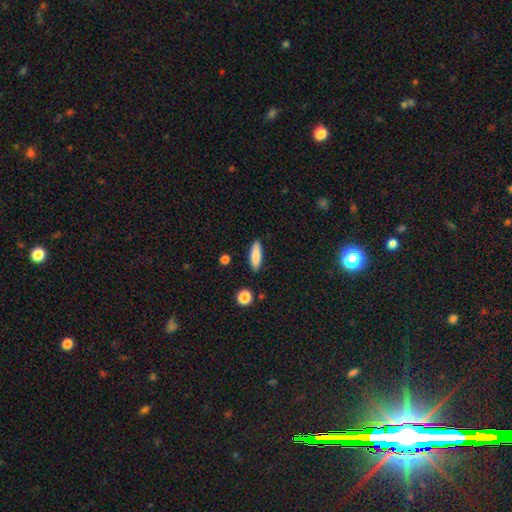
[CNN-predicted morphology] type=smooth (84%); roundness=cigar-shaped (53%); merging=none (87%).